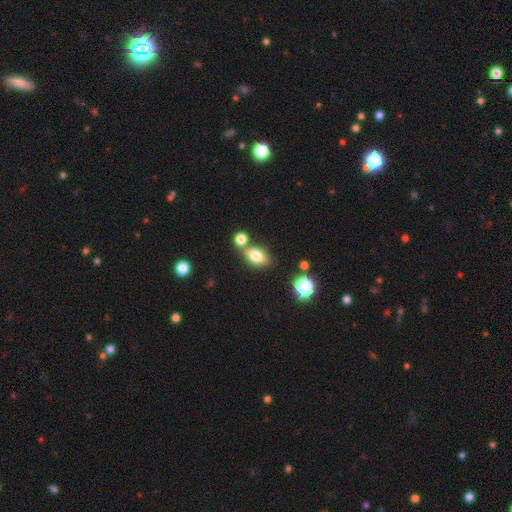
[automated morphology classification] A smooth galaxy with no disk features (71%) that is in between round and cigar-shaped (79%). Merging: none (59%).